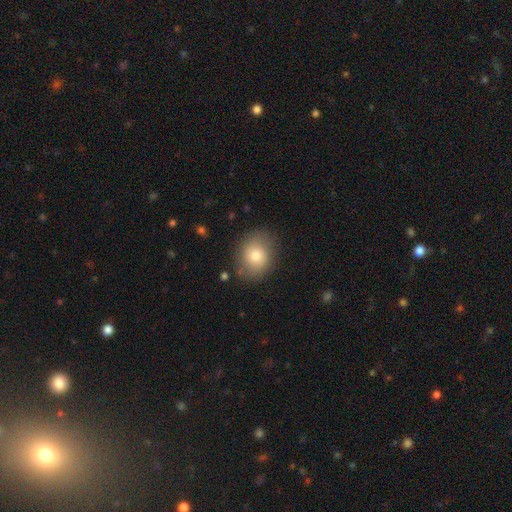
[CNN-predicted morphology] smooth 78%, featured or disk 14%, star or artifact 8%. Down the decision tree: how rounded — round (52%); merging — none (81%).